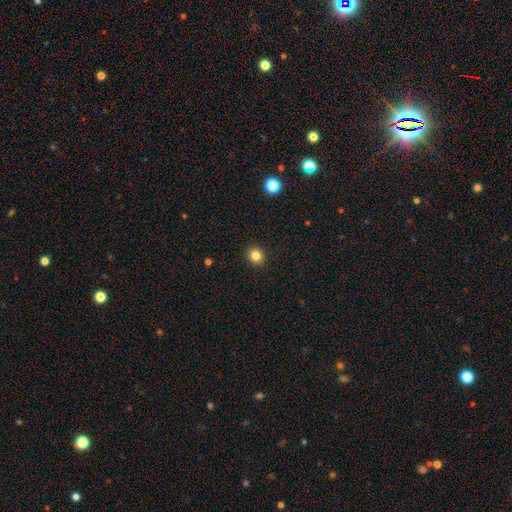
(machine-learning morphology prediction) The model was most divided on "how rounded": round: 76%, in between: 23%, cigar-shaped: 1%. More confident: merging — none (92%); smooth or featured — smooth (82%).